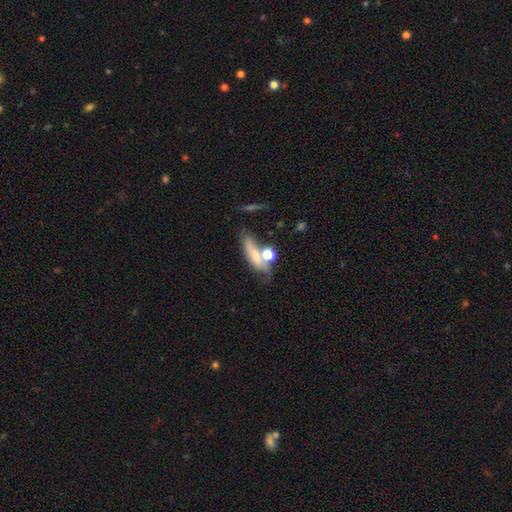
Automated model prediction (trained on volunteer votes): Smooth or featured?
  - smooth: 60% *
  - featured or disk: 28%
  - star or artifact: 11%
How rounded?
  - in between: 45% *
  - cigar-shaped: 40%
  - round: 14%
Merging?
  - none: 40% *
  - merger: 27%
  - minor disturbance: 19%
  - major disturbance: 14%